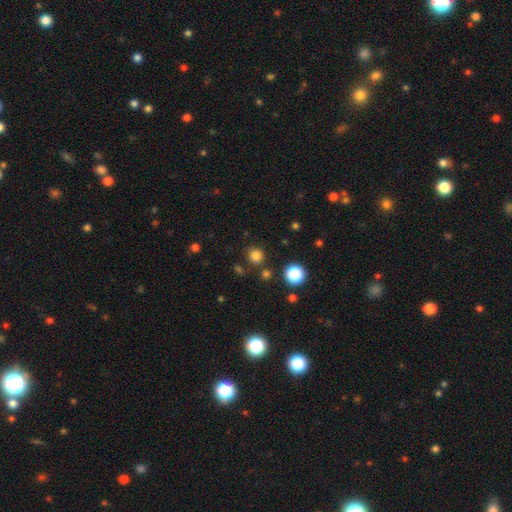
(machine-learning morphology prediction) smooth 79%, star or artifact 17%, featured or disk 4%. Down the decision tree: how rounded — round (91%); merging — none (83%).